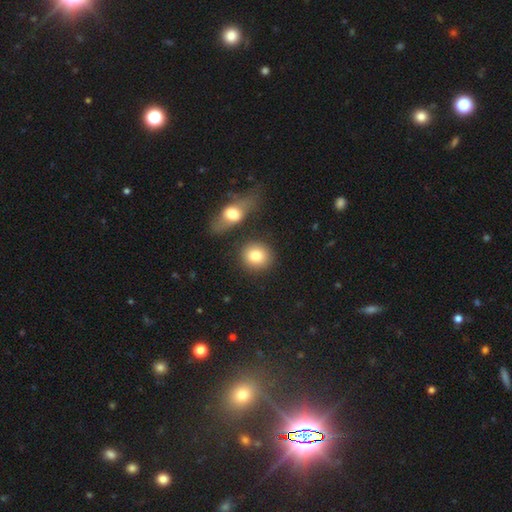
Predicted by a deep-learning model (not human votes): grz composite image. It shows a smooth galaxy with no disk features (81%) that is round (81%). Merging: none (79%).